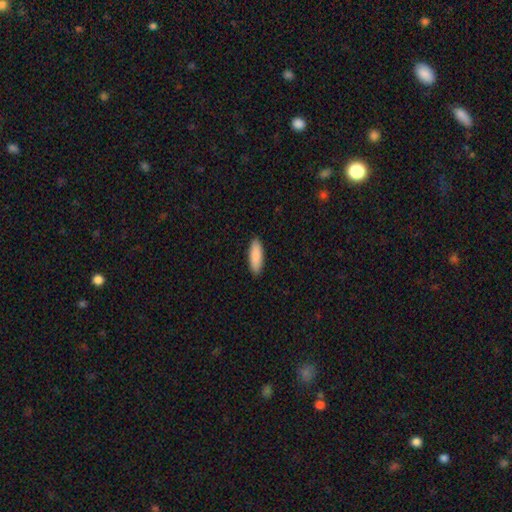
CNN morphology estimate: This appears to be a smooth galaxy with no disk features (90%) that is in between round and cigar-shaped (59%). Merging: none (91%).